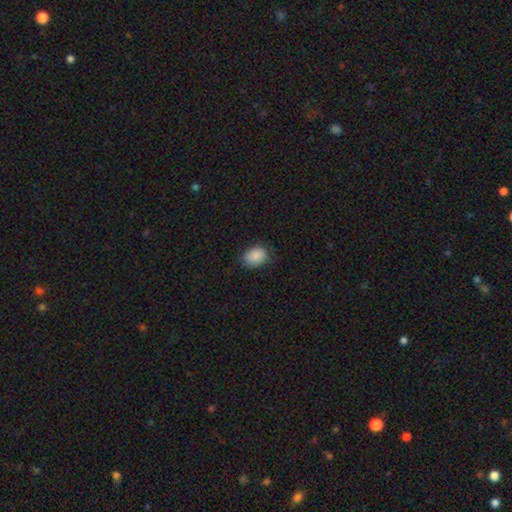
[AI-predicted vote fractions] smooth 88%, star or artifact 8%, featured or disk 4%. Down the decision tree: how rounded — in between (64%); merging — none (76%).